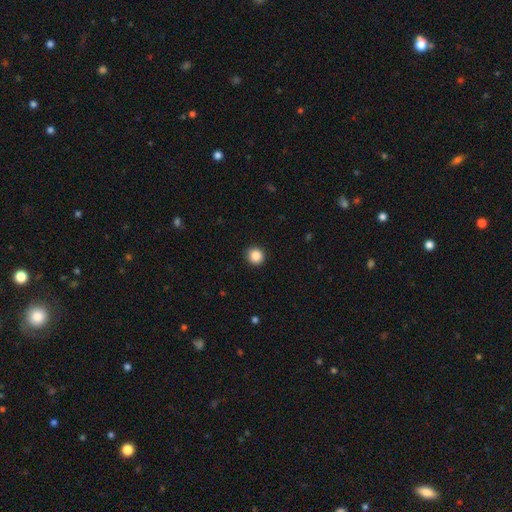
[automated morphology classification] smooth_or_featured: smooth (p=0.87) [alt: star or artifact p=0.10]
how_rounded: round (p=0.92) [alt: in between p=0.08]
merging: none (p=0.91) [alt: minor disturbance p=0.07]